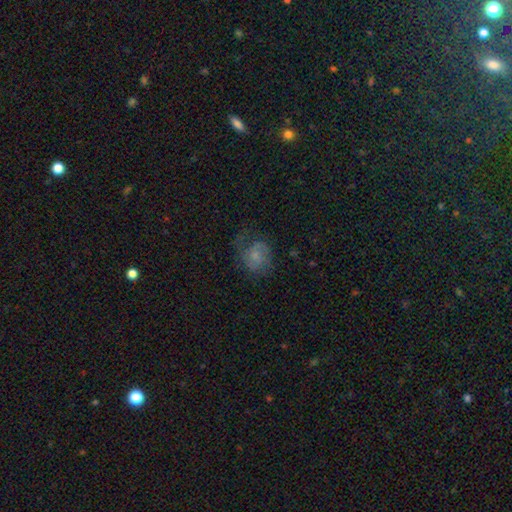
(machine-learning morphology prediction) The model was most divided on "smooth or featured": featured or disk: 54%, smooth: 36%, star or artifact: 10%. Remaining: edge-on disk — no (98%); spiral arms — yes (85%); bar — no (68%); merging — none (54%); bulge size — small (45%).